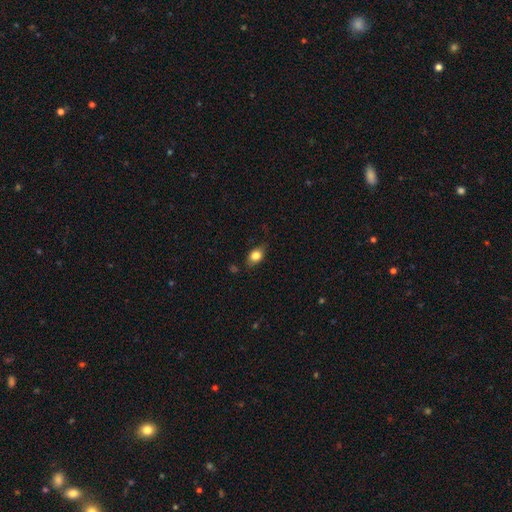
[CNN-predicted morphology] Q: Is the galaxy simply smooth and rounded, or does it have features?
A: smooth — 79%.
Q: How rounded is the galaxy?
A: in between — 72%.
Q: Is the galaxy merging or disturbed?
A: none — 72%.